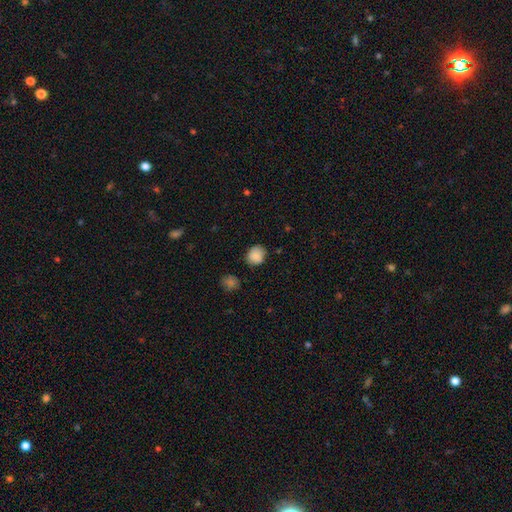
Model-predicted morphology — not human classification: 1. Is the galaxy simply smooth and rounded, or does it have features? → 86% smooth, 10% star or artifact, 4% featured or disk.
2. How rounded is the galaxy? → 79% round, 20% in between, 1% cigar-shaped.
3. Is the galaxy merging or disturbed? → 78% none, 16% minor disturbance, 3% major disturbance, 2% merger.